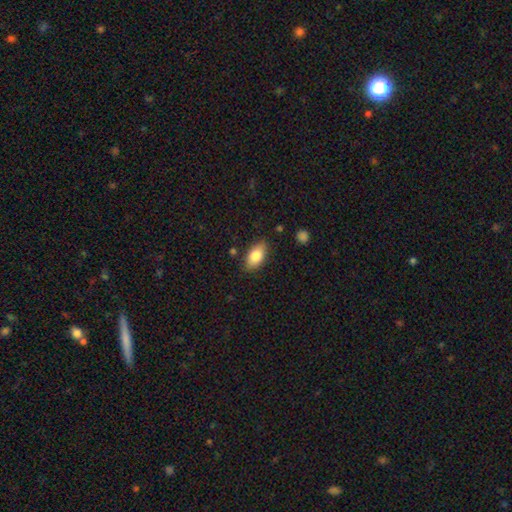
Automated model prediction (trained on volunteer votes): smooth 80%, featured or disk 13%, star or artifact 7%. Down the decision tree: how rounded — in between (90%); merging — none (84%).